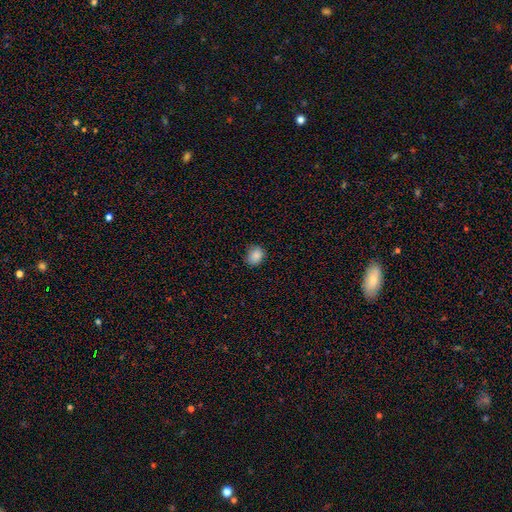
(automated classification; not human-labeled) A smooth galaxy with no disk features (86%) that is round (54%). Merging: none (77%).